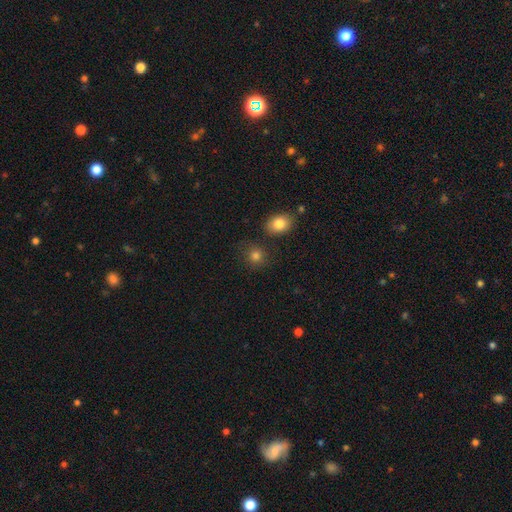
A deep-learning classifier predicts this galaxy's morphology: A smooth galaxy with no disk features (82%) that is round (81%). Merging: none (77%).